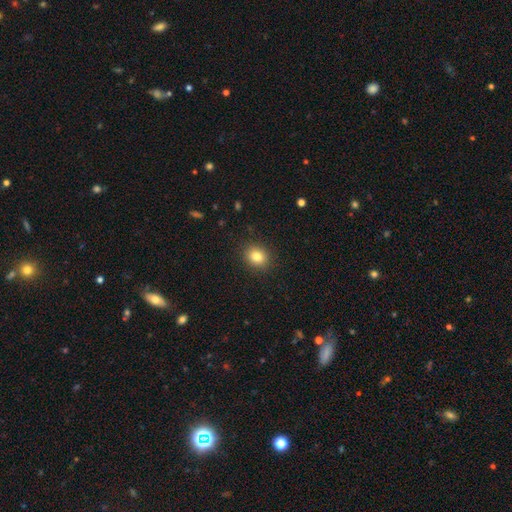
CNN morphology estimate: This appears to be a smooth galaxy with no disk features (83%) that is round (65%). Merging: none (89%).